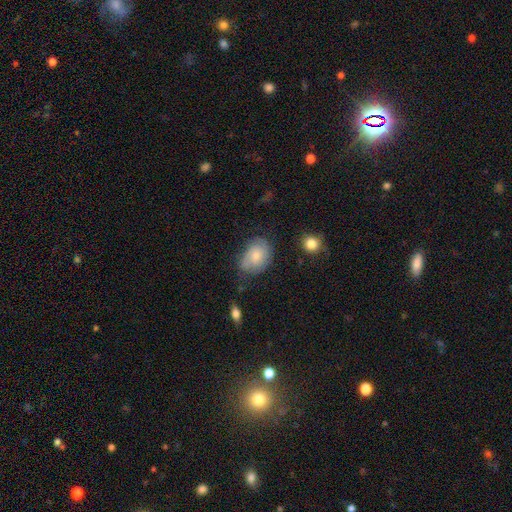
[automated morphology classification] Q: Smooth or featured?
A: smooth (63%); runner-up: featured or disk (29%)
Q: How rounded?
A: in between (77%); runner-up: round (22%)
Q: Merging?
A: none (56%); runner-up: minor disturbance (31%)